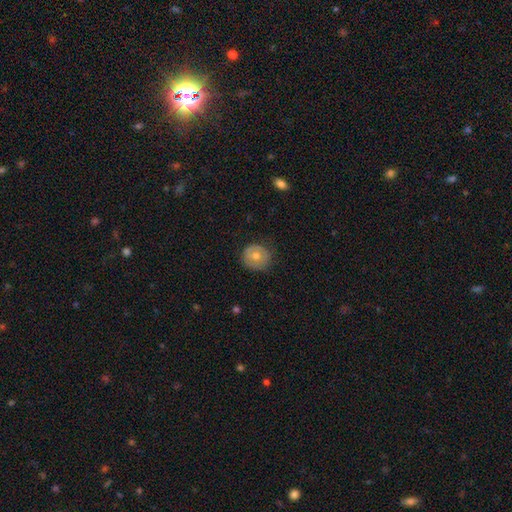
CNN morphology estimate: A smooth galaxy with no disk features (63%) that is round (87%). Merging: none (76%).